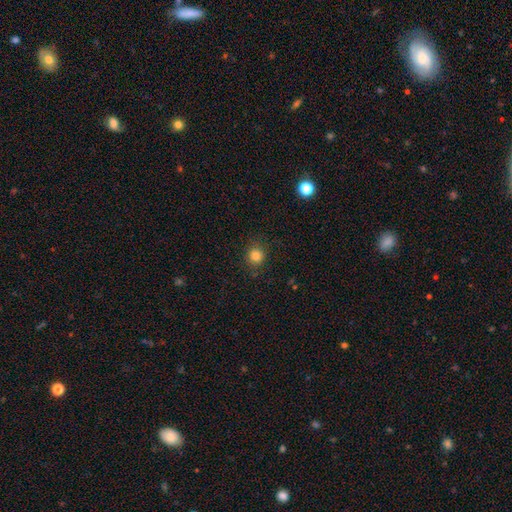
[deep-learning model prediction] smooth_or_featured: smooth (p=0.84) [alt: star or artifact p=0.12]
how_rounded: round (p=0.86) [alt: in between p=0.13]
merging: none (p=0.86) [alt: minor disturbance p=0.09]